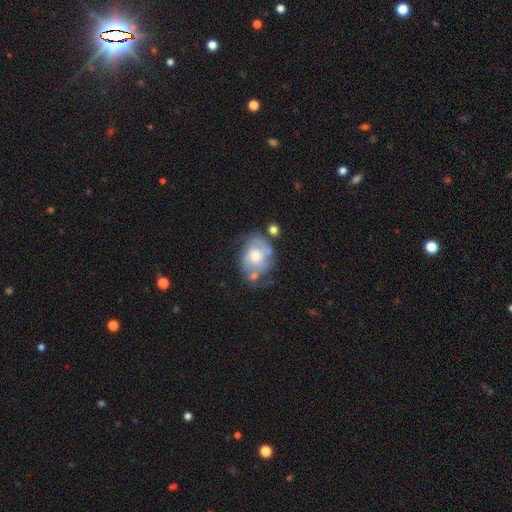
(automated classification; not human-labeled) Morphology: type=featured or disk (53%); edge-on=no (97%); bar=no (73%); spiral arms=yes (58%); bulge=moderate (58%); merging=none (38%).